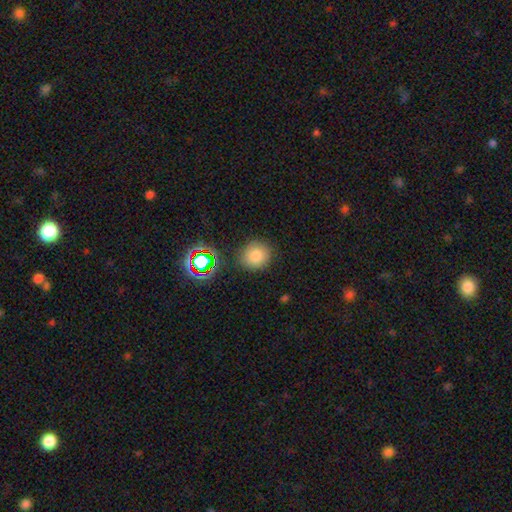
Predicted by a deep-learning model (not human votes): Smooth or featured?
  - smooth: 76% *
  - star or artifact: 16%
  - featured or disk: 7%
How rounded?
  - round: 85% *
  - in between: 14%
  - cigar-shaped: 1%
Merging?
  - none: 85% *
  - minor disturbance: 9%
  - merger: 3%
  - major disturbance: 3%